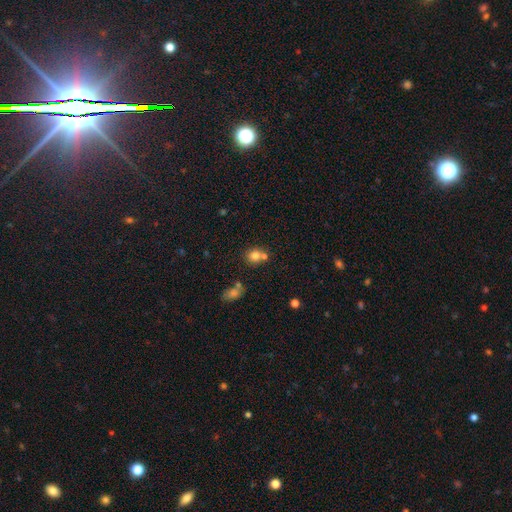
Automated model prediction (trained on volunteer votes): Morphology: type=smooth (77%); roundness=round (79%); merging=none (50%).